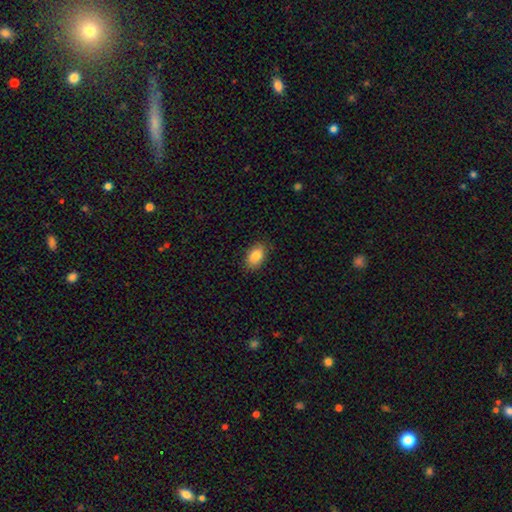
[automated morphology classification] Smooth or featured: smooth — 87% (star or artifact — 7%)
How rounded: in between — 89% (round — 9%)
Merging: none — 86% (minor disturbance — 11%)